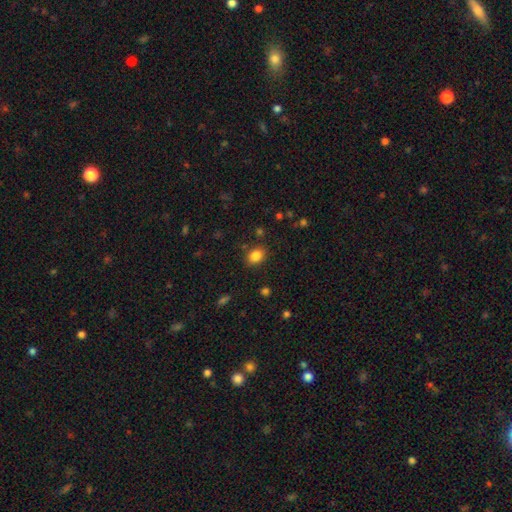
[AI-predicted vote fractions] Q: Smooth or featured?
A: smooth (84%); runner-up: star or artifact (10%)
Q: How rounded?
A: in between (63%); runner-up: round (36%)
Q: Merging?
A: none (84%); runner-up: minor disturbance (11%)